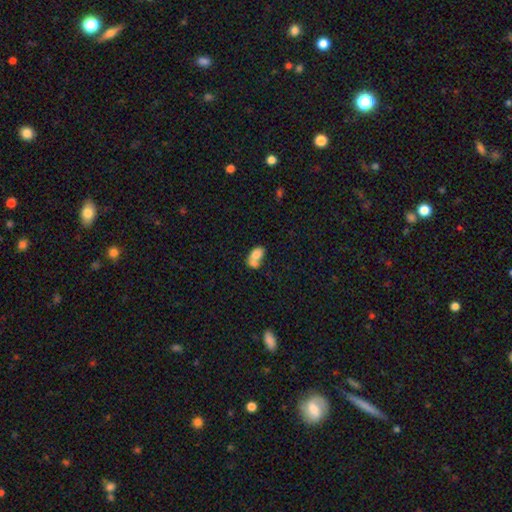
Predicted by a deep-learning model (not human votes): This appears to be a smooth galaxy with no disk features (74%) that is in between round and cigar-shaped (85%). Merging: merger (65%).